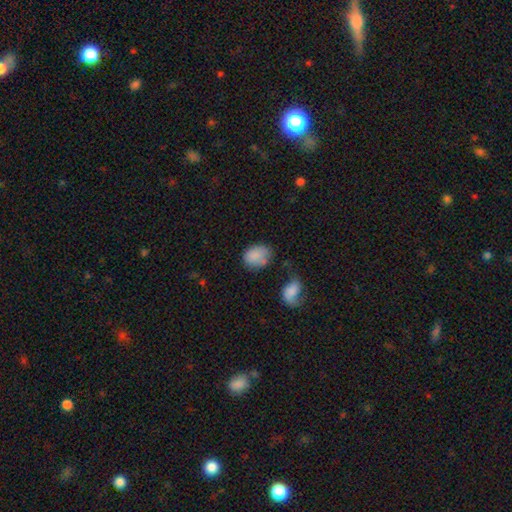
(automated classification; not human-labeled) The model was most divided on "merging": none: 50%, minor disturbance: 27%, major disturbance: 12%, merger: 11%. More confident: smooth or featured — smooth (82%); how rounded — in between (68%).